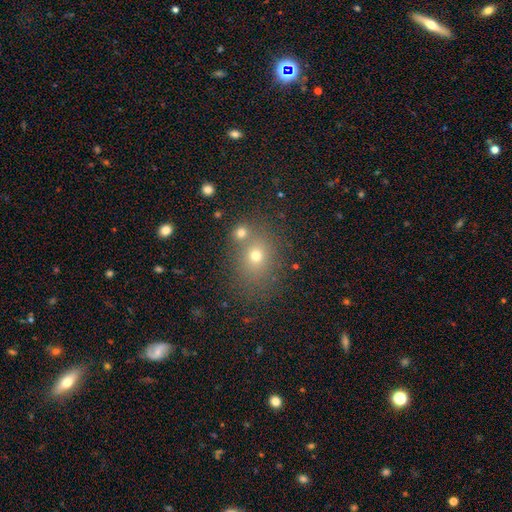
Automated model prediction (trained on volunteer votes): smooth-or-featured: smooth: 68% | star or artifact: 19% | featured or disk: 13%
  how-rounded: round: 58% | in between: 41% | cigar-shaped: 1%
  merging: none: 65% | merger: 20% | minor disturbance: 11% | major disturbance: 4%